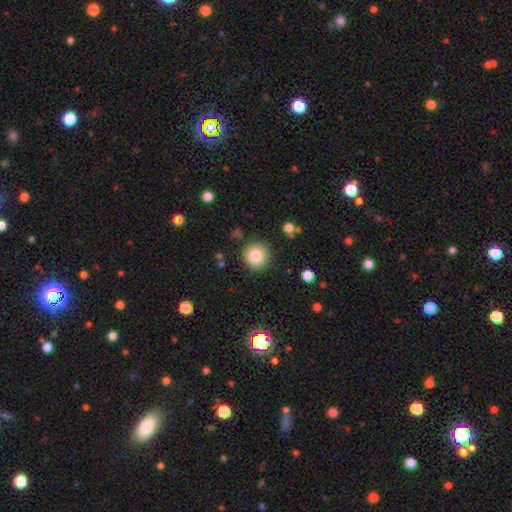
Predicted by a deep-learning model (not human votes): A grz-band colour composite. It shows a smooth galaxy with no disk features (84%) that is round (94%). Merging: none (87%).